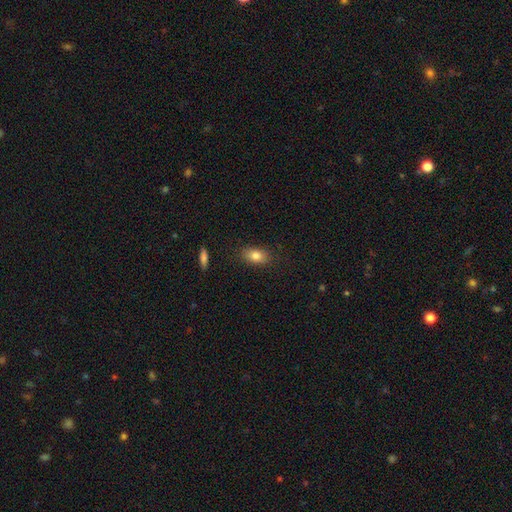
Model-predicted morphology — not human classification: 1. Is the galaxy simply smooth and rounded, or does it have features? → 83% smooth, 9% featured or disk, 9% star or artifact.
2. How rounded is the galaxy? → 85% in between, 10% round, 5% cigar-shaped.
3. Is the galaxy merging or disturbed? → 85% none, 11% minor disturbance, 3% major disturbance, 1% merger.